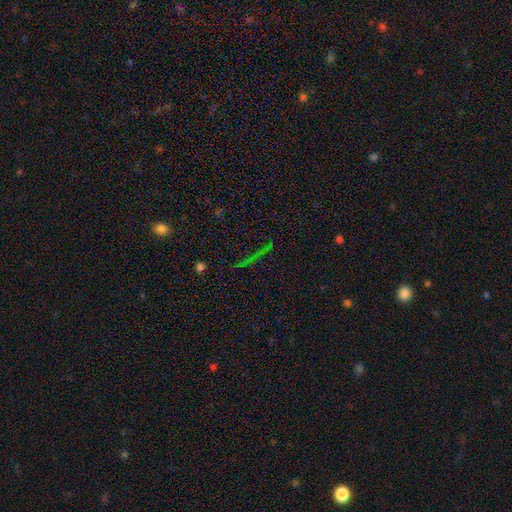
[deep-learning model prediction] smooth-or-featured: star or artifact: 66% | smooth: 19% | featured or disk: 15%